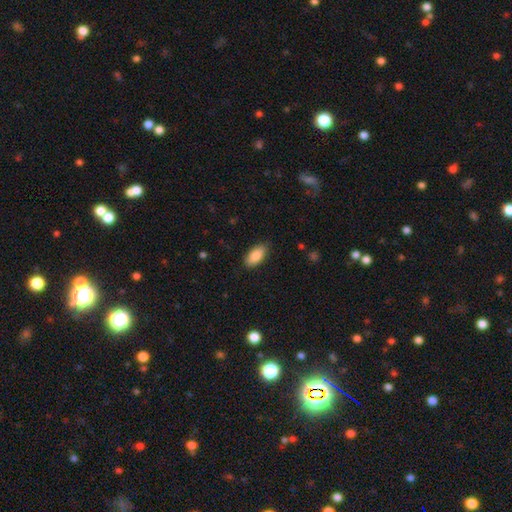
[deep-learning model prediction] Overall: smooth (88%). How rounded: in between (92%). Merging: none (82%).